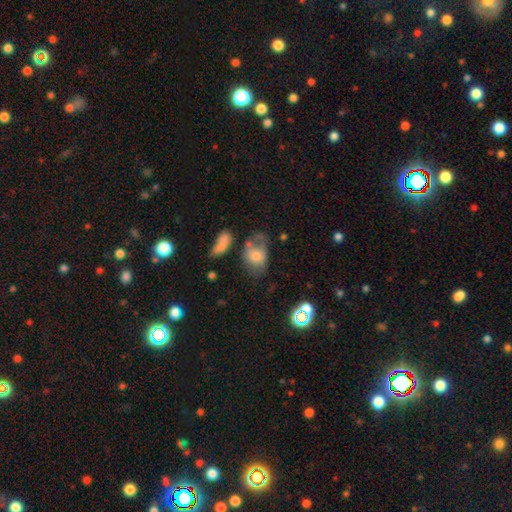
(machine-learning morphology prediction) The model was most divided on "merging": none: 31%, minor disturbance: 28%, major disturbance: 28%, merger: 13%. More confident: how rounded — in between (74%); smooth or featured — smooth (59%).